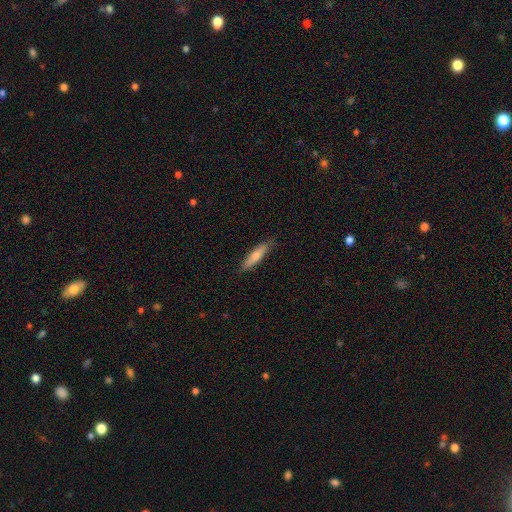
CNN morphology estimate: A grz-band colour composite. It shows a smooth galaxy with no disk features (69%) that is cigar-shaped (81%). Merging: none (85%).